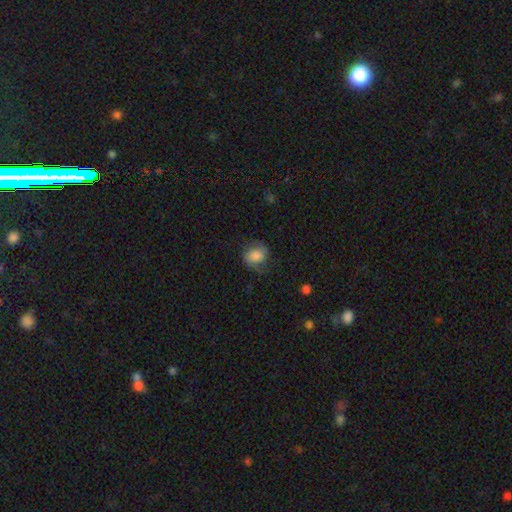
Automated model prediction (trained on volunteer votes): This is possibly a smooth galaxy (54%). How rounded: possibly round (57%). Merging: likely none (64%).